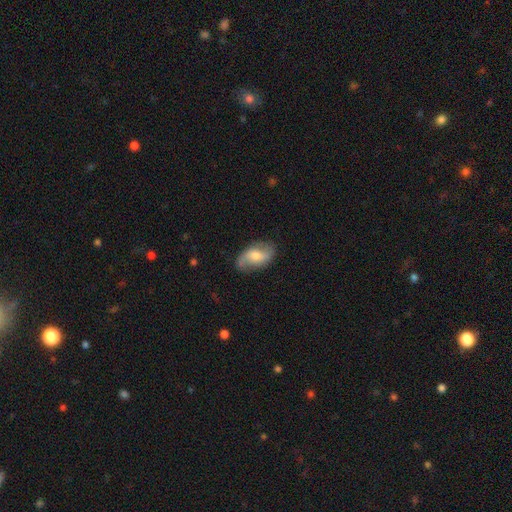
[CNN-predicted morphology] featured or disk 58%, smooth 36%, star or artifact 7%. Down the decision tree: edge-on disk — no (94%); bar — no (43%, tied with weak); spiral arms — yes (86%); bulge size — moderate (55%); merging — none (73%).